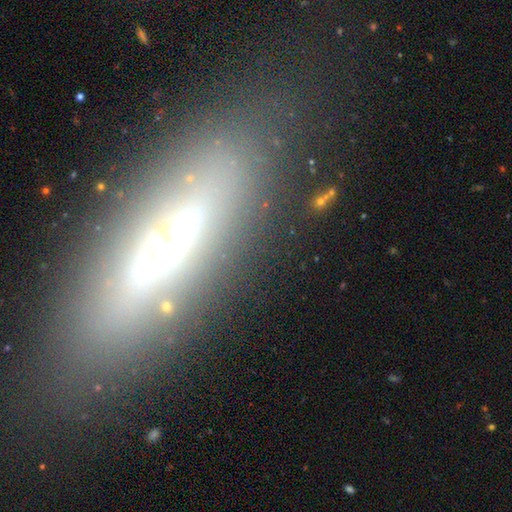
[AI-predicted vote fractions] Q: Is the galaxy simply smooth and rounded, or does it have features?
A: featured or disk — 46%.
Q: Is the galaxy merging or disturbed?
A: none — 74%.